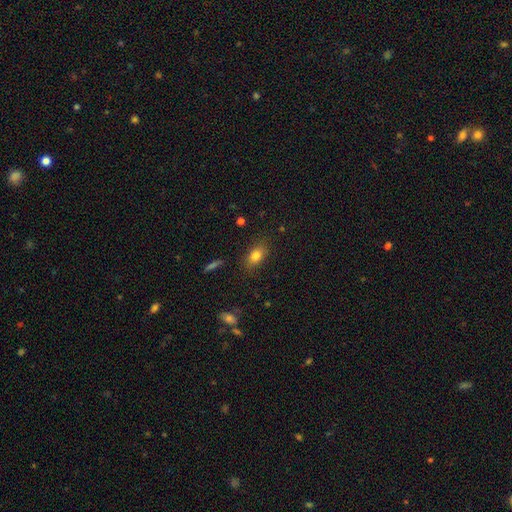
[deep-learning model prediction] Q: Smooth or featured?
A: smooth (80%); runner-up: star or artifact (10%)
Q: How rounded?
A: in between (79%); runner-up: round (17%)
Q: Merging?
A: none (81%); runner-up: minor disturbance (13%)